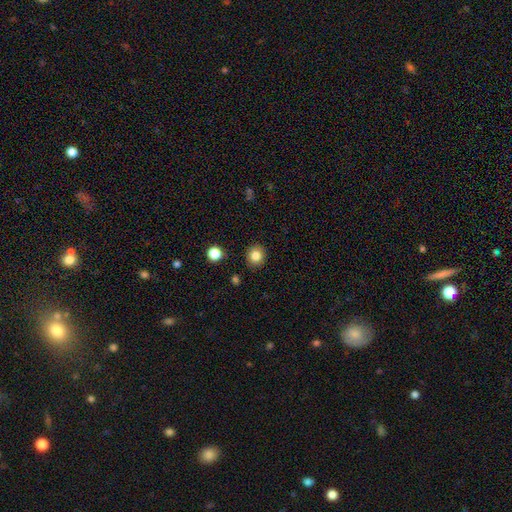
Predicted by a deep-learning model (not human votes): This appears to be a smooth galaxy with no disk features (83%) that is round (88%). Merging: none (90%).